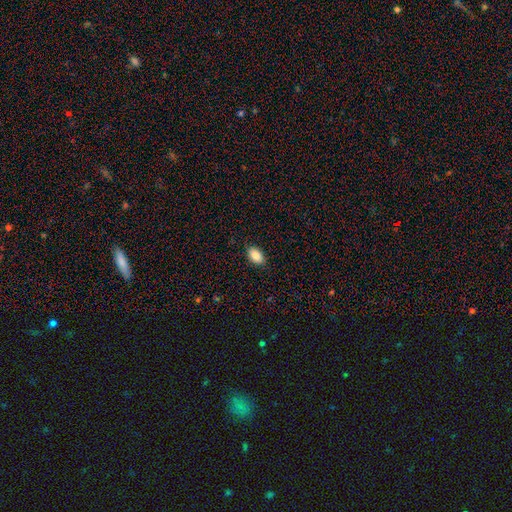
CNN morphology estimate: Smooth or featured? Predicted: smooth (p=0.88). How rounded? Predicted: in between (p=0.92). Merging? Predicted: none (p=0.88).